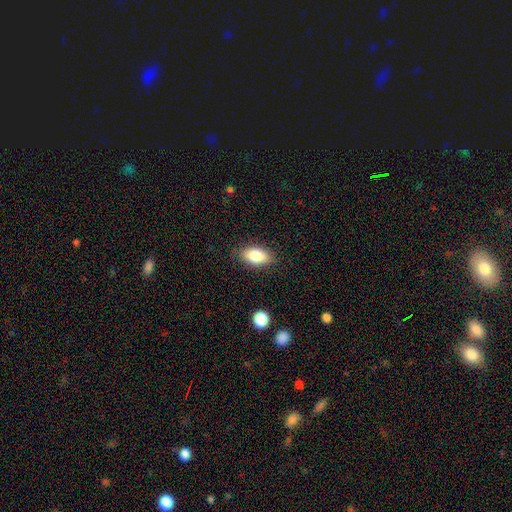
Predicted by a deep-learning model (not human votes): smooth 83%, featured or disk 10%, star or artifact 8%. Down the decision tree: how rounded — in between (91%); merging — none (86%).